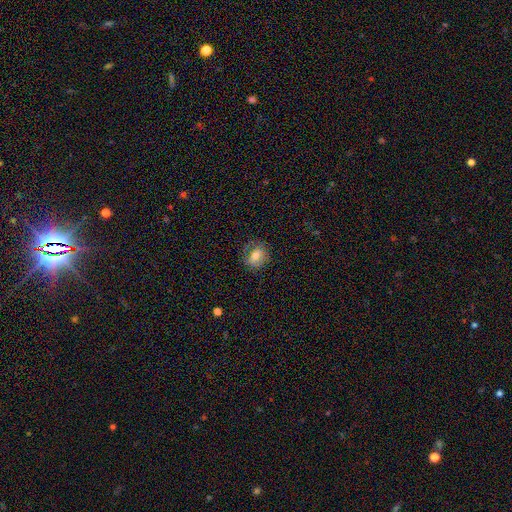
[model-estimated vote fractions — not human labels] smooth-or-featured: smooth: 59% | featured or disk: 31% | star or artifact: 10%
  how-rounded: round: 57% | in between: 41% | cigar-shaped: 1%
  merging: none: 72% | minor disturbance: 18% | major disturbance: 9% | merger: 1%